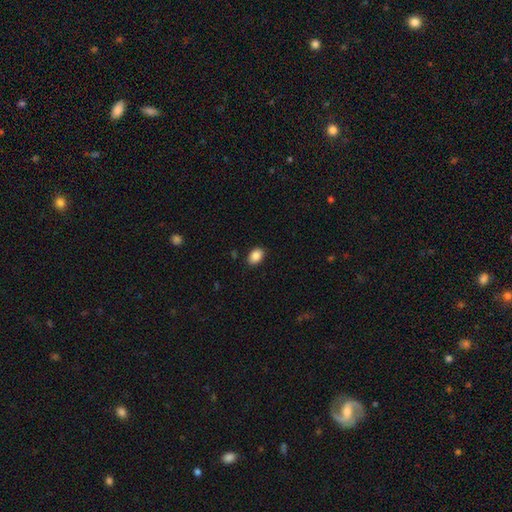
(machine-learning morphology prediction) Smooth or featured?
  - smooth: 89% *
  - star or artifact: 8%
  - featured or disk: 4%
How rounded?
  - in between: 82% *
  - round: 17%
  - cigar-shaped: 1%
Merging?
  - none: 88% *
  - minor disturbance: 9%
  - major disturbance: 2%
  - merger: 1%